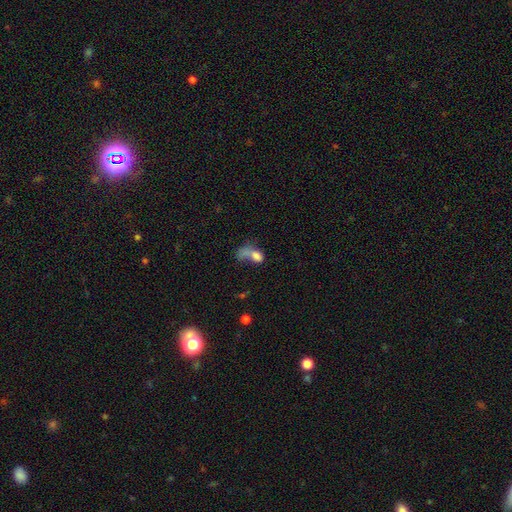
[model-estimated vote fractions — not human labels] Smooth or featured: smooth — 67% (featured or disk — 21%)
How rounded: in between — 78% (round — 17%)
Merging: major disturbance — 38% (merger — 31%)